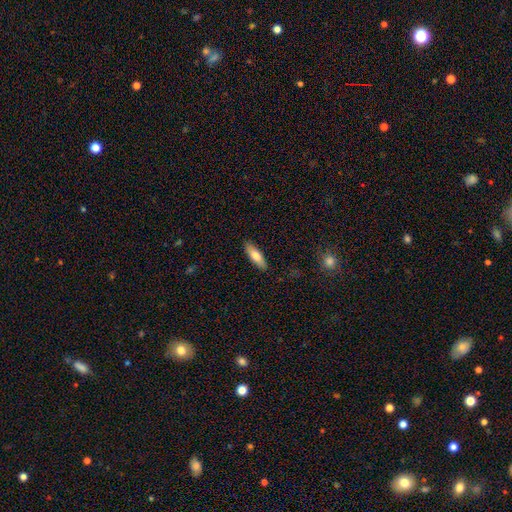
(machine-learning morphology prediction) A smooth galaxy with no disk features (72%) that is cigar-shaped (51%).

Vote fractions:
- Smooth or featured? smooth: 72% / featured or disk: 22% / star or artifact: 6%
- How rounded? cigar-shaped: 51% / in between: 47% / round: 2%
- Merging? none: 89% / minor disturbance: 8% / major disturbance: 2% / merger: 1%